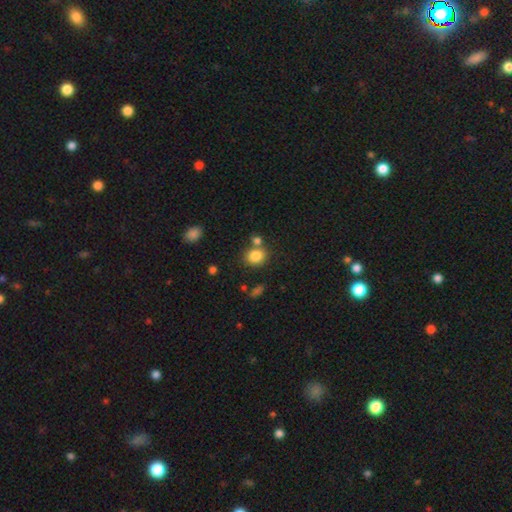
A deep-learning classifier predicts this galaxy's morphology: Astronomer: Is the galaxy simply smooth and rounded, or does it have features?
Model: smooth — 84%.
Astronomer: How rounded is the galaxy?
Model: round — 60% (runner-up: in between, 39%).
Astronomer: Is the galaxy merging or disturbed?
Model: none — 63%.